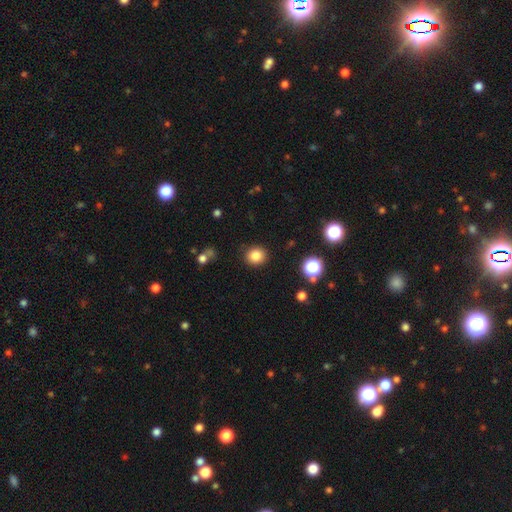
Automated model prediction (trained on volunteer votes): smooth 84%, star or artifact 11%, featured or disk 5%. Down the decision tree: how rounded — round (83%); merging — none (89%).